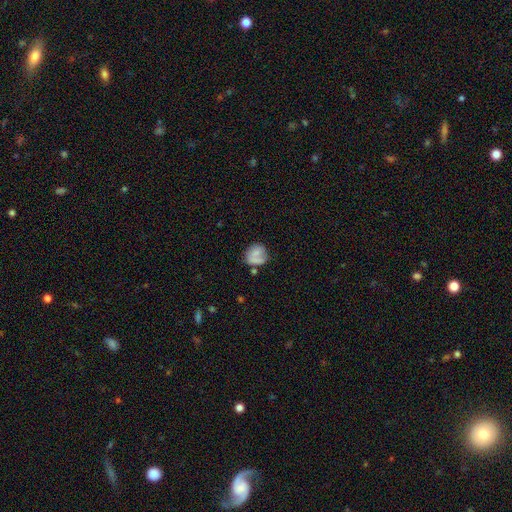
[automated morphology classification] The model was most divided on "merging": none: 50%, minor disturbance: 26%, major disturbance: 14%, merger: 9%. More confident: how rounded — round (73%); smooth or featured — smooth (64%).